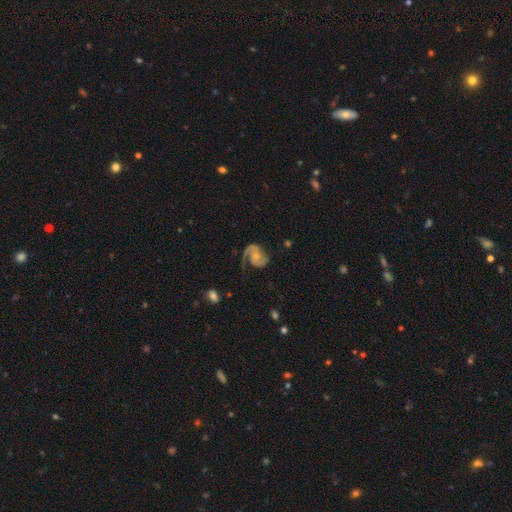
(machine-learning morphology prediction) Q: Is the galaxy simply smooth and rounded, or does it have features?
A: featured or disk — 85%.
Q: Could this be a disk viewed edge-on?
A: no — 98%.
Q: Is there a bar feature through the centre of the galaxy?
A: no — 69%.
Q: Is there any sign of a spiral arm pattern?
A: yes — 96%.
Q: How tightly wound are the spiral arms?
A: medium — 45%.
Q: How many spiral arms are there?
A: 2 — 62%.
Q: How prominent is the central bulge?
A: small — 53%.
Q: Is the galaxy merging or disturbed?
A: none — 59%.